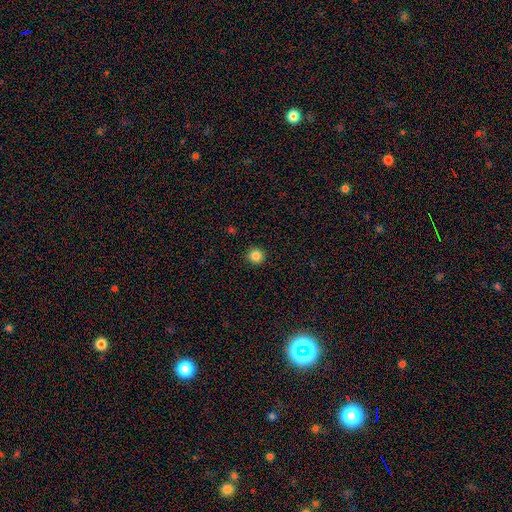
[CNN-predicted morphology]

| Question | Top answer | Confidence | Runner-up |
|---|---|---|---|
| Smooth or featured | smooth | 85% | star or artifact (11%) |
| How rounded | round | 95% | in between (4%) |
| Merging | none | 93% | minor disturbance (4%) |